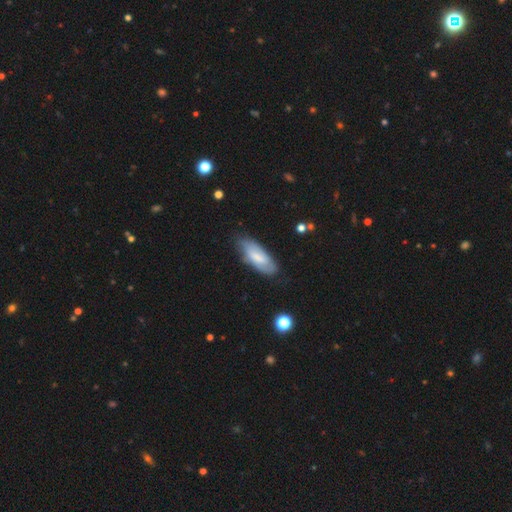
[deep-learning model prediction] The model was most divided on "smooth or featured": smooth: 64%, featured or disk: 30%, star or artifact: 6%. More confident: how rounded — in between (75%); merging — none (70%).